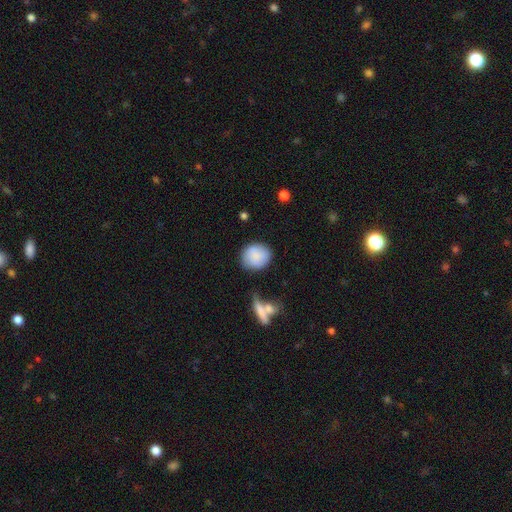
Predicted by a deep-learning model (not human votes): This appears to be a smooth galaxy with no disk features (80%) that is round (78%). Merging: none (75%).